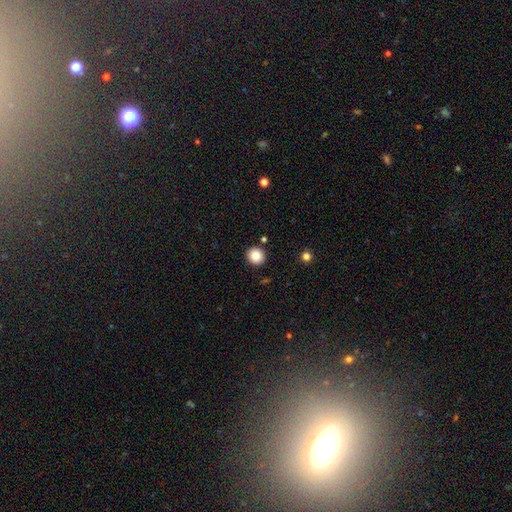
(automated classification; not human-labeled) Smooth or featured?
  - smooth: 85% *
  - star or artifact: 10%
  - featured or disk: 5%
How rounded?
  - round: 91% *
  - in between: 8%
  - cigar-shaped: 1%
Merging?
  - none: 91% *
  - minor disturbance: 5%
  - merger: 2%
  - major disturbance: 2%